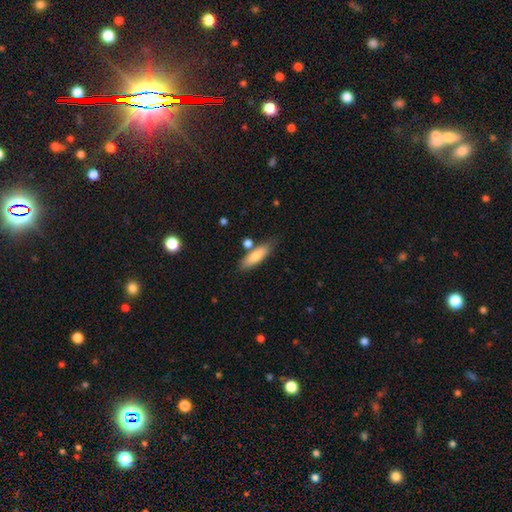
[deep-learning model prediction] Q: Smooth or featured?
A: smooth (79%); runner-up: featured or disk (14%)
Q: How rounded?
A: cigar-shaped (58%); runner-up: in between (40%)
Q: Merging?
A: none (74%); runner-up: minor disturbance (14%)